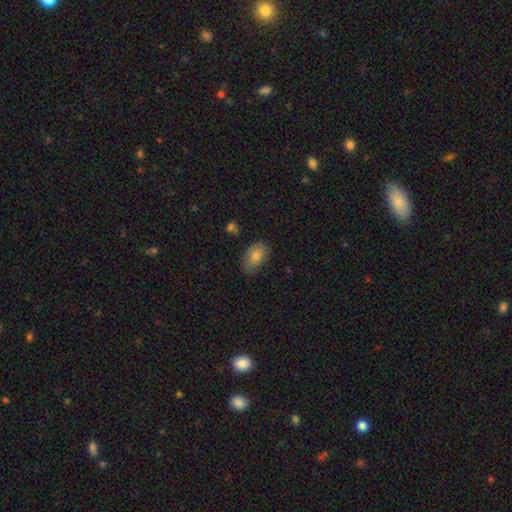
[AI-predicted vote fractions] This is clearly a smooth galaxy (81%). How rounded: clearly in between (90%). Merging: likely none (75%).